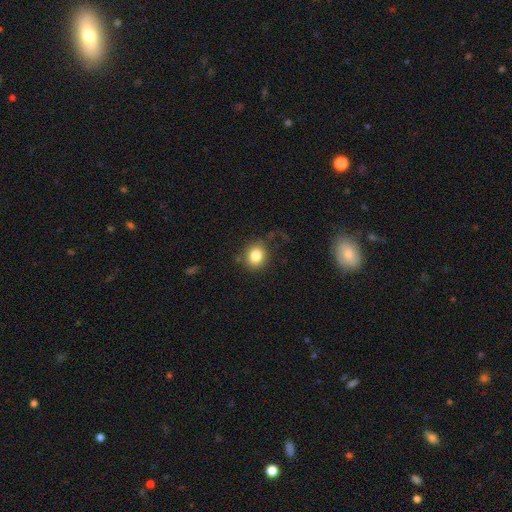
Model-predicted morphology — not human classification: Overall: smooth (82%). How rounded: round (73%). Merging: none (80%).